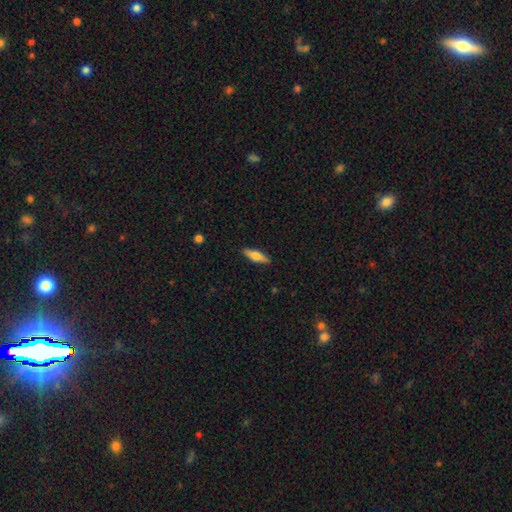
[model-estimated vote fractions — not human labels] Smooth or featured? smooth (62%)
How rounded? cigar-shaped (57%)
Merging? none (89%)